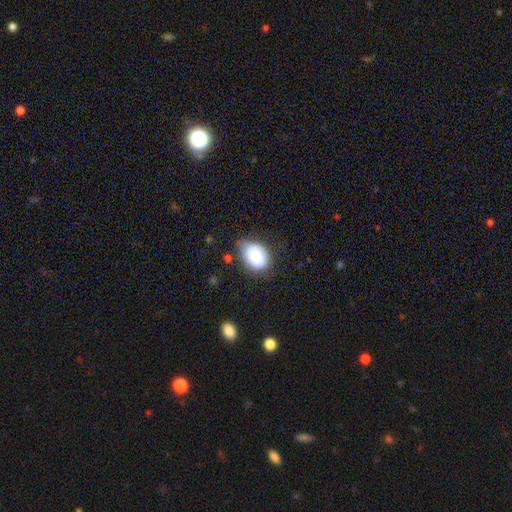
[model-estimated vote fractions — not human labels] A smooth galaxy with no disk features (81%) that is in between round and cigar-shaped (69%).

Vote fractions:
- Smooth or featured? smooth: 81% / featured or disk: 11% / star or artifact: 8%
- How rounded? in between: 69% / round: 30% / cigar-shaped: 1%
- Merging? none: 66% / minor disturbance: 25% / major disturbance: 7% / merger: 2%